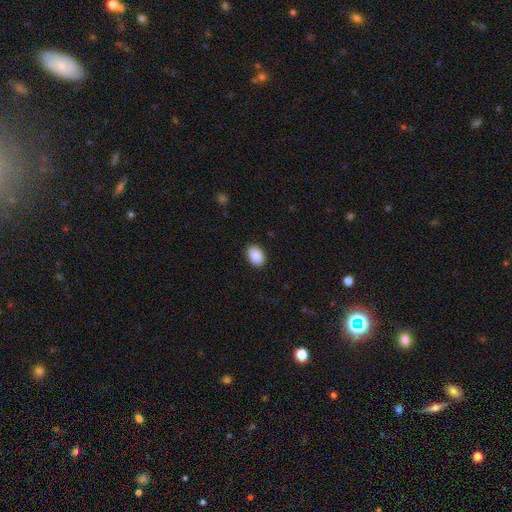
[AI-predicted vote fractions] smooth-or-featured: smooth: 90% | star or artifact: 7% | featured or disk: 4%
  how-rounded: in between: 84% | round: 15% | cigar-shaped: 1%
  merging: none: 89% | minor disturbance: 8% | major disturbance: 2% | merger: 1%